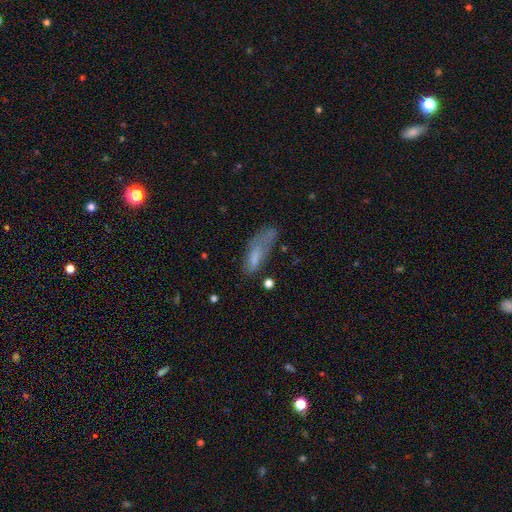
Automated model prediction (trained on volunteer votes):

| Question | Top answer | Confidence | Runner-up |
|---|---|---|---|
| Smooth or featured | smooth | 64% | featured or disk (25%) |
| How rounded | in between | 55% | cigar-shaped (43%) |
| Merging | none | 33% | major disturbance (32%) |